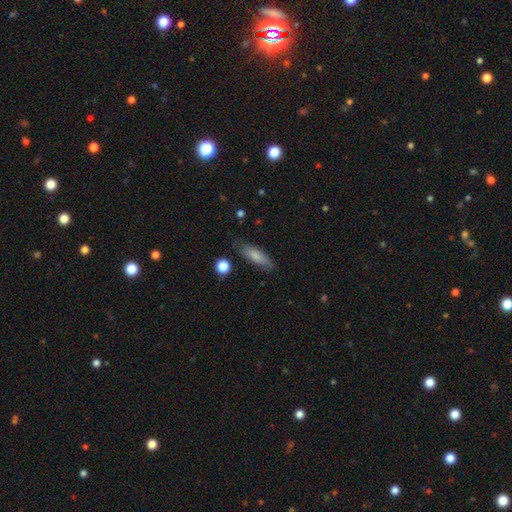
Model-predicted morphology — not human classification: This appears to be a smooth galaxy with no disk features (79%) that is cigar-shaped (51%). Merging: none (78%).